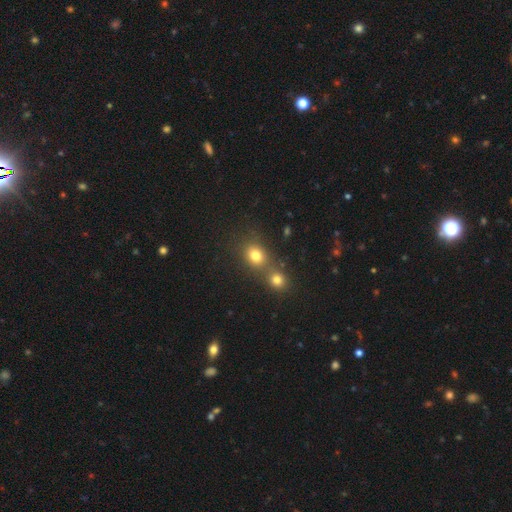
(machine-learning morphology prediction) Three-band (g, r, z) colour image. It shows a smooth galaxy with no disk features (78%) that is round (65%). Merging: none (48%).